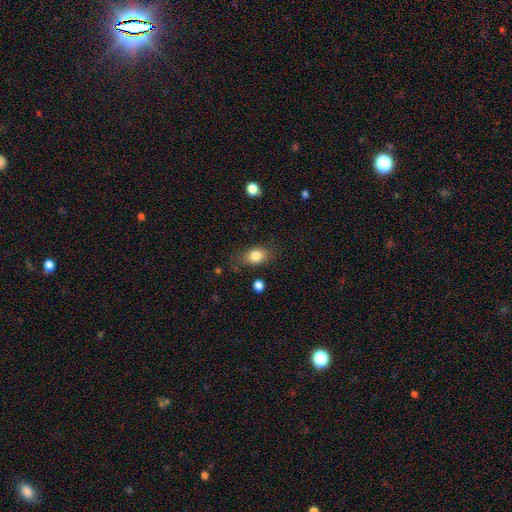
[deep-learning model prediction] This appears to be a smooth galaxy with no disk features (82%) that is in between round and cigar-shaped (76%). Merging: none (76%).